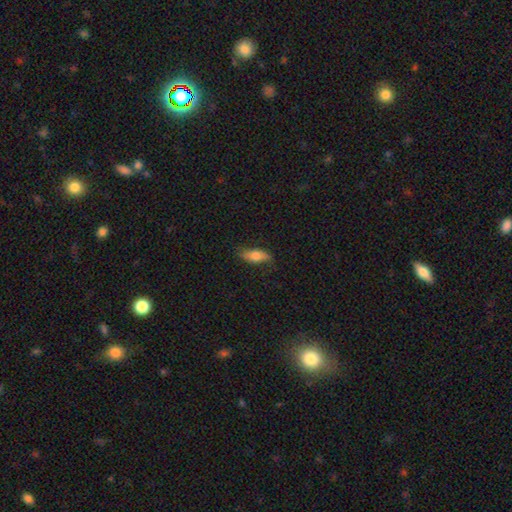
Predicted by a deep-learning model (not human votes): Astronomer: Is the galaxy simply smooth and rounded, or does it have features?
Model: smooth — 72%.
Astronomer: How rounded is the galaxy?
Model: in between — 75%.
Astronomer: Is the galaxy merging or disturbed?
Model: none — 77%.